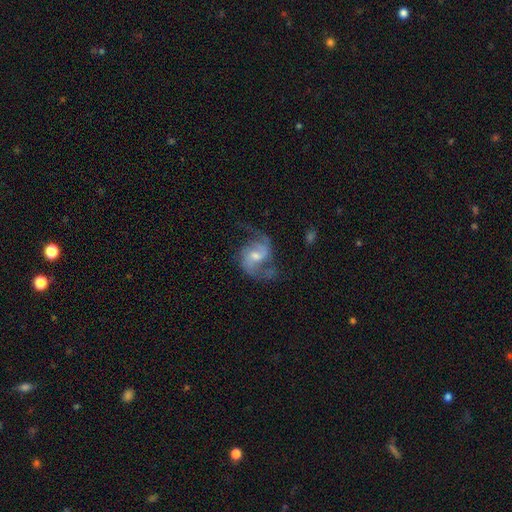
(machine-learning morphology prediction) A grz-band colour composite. It shows a featured or disk galaxy (87%) with a weak bar (52%), 2 (89%) loose (46%) spiral arms (96%) and a moderate central bulge (52%). Merging: none (64%).